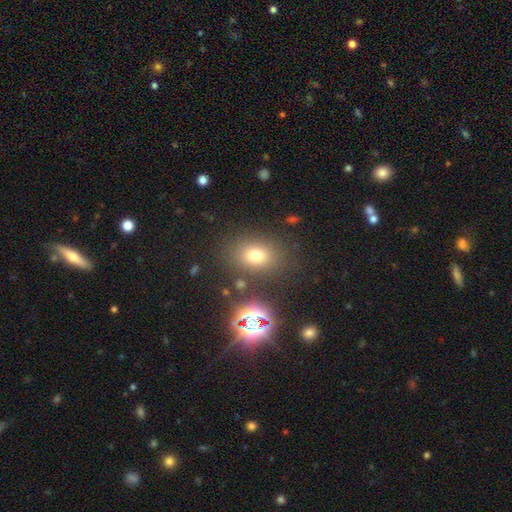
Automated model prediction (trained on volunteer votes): This is likely a smooth galaxy (71%). How rounded: likely in between (63%). Merging: likely none (80%).